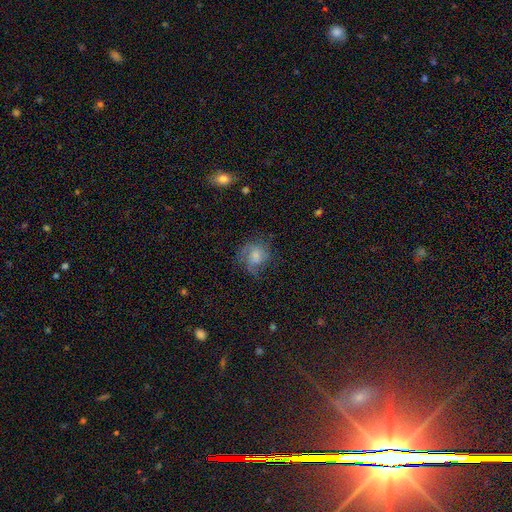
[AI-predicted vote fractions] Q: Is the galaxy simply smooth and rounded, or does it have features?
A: featured or disk — 51%.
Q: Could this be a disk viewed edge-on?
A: no — 97%.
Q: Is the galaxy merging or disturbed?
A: none — 54%.